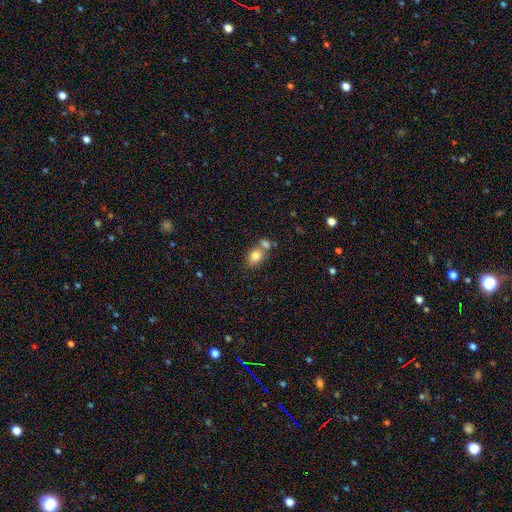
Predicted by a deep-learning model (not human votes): Morphology: type=smooth (81%); roundness=in between (57%); merging=none (45%).